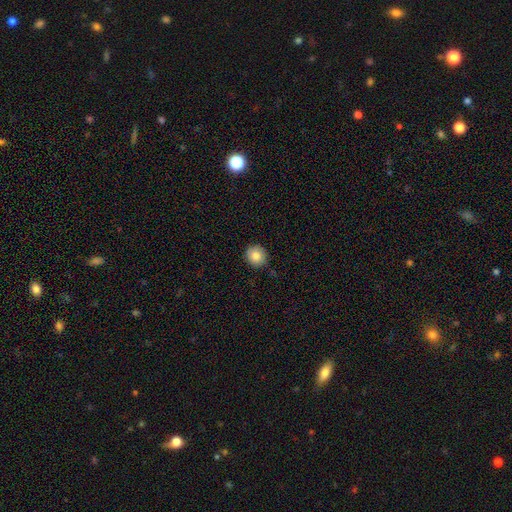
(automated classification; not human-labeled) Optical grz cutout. It shows a smooth galaxy with no disk features (83%) that is round (88%). Merging: none (88%).